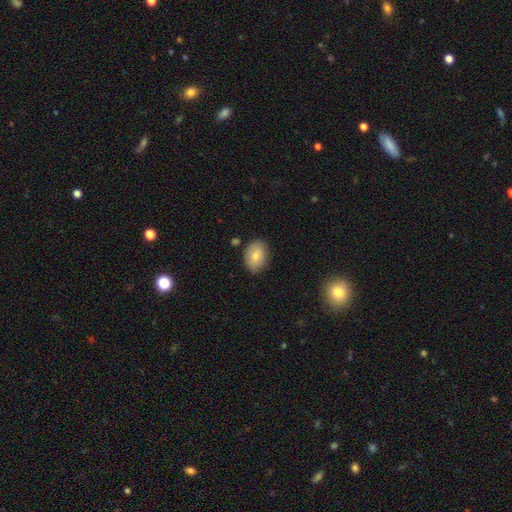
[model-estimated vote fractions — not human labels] smooth 77%, featured or disk 16%, star or artifact 8%. Down the decision tree: how rounded — in between (77%); merging — none (79%).